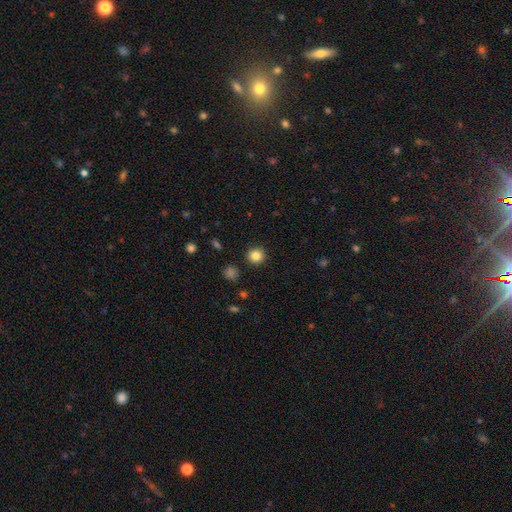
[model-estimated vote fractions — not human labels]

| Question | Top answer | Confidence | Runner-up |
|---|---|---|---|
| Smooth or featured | smooth | 84% | star or artifact (11%) |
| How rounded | round | 93% | in between (6%) |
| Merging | none | 92% | minor disturbance (5%) |